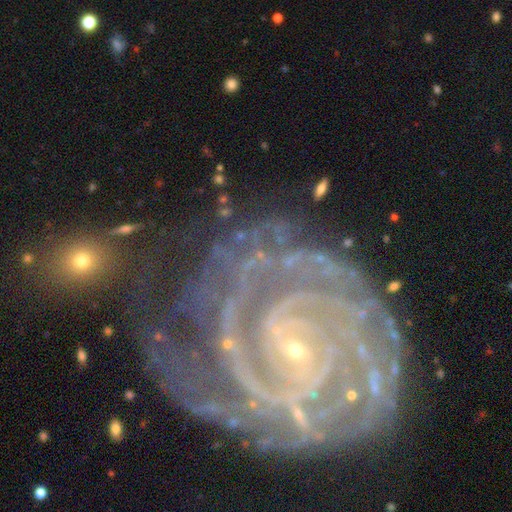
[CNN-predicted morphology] type=featured or disk (91%); edge-on=no (98%); bar=no (51%); spiral arms=yes (98%); winding=tight (81%); arm count=2 (26%); bulge=small (87%); merging=none (61%).